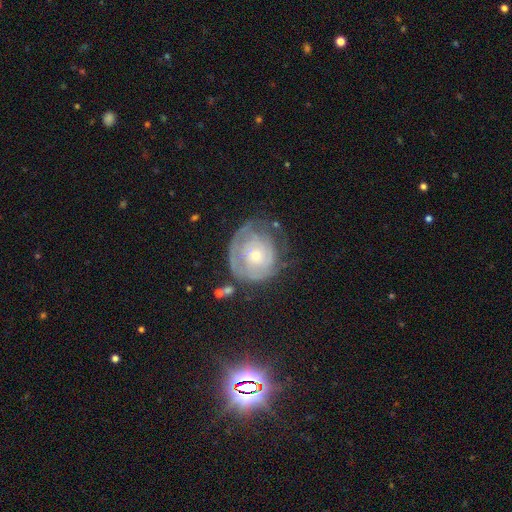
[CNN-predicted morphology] Smooth or featured? Predicted: featured or disk (p=0.70). Edge-on disk? Predicted: no (p=0.97). Bar? Predicted: no (p=0.84). Spiral arms? Predicted: yes (p=0.72). Bulge size? Predicted: small (p=0.67). Merging? Predicted: none (p=0.51).